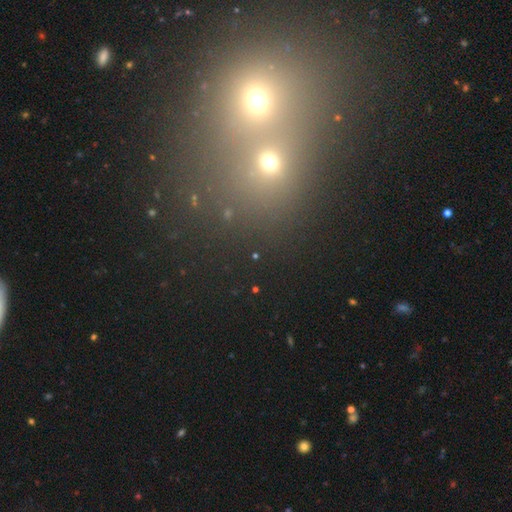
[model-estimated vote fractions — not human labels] Smooth or featured? Predicted: star or artifact (p=0.57).